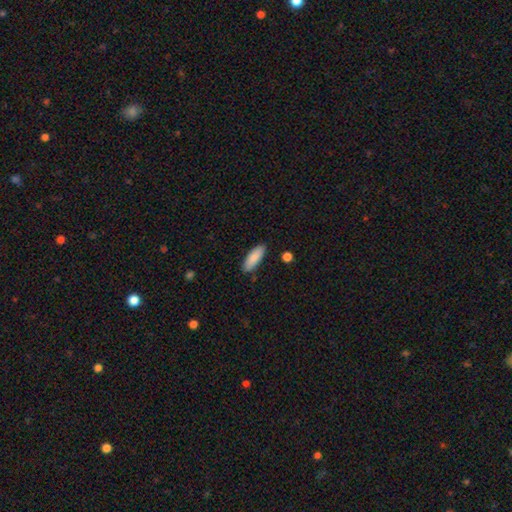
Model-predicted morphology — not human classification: Q: Smooth or featured?
A: smooth (87%); runner-up: featured or disk (7%)
Q: How rounded?
A: in between (60%); runner-up: cigar-shaped (38%)
Q: Merging?
A: none (86%); runner-up: minor disturbance (10%)